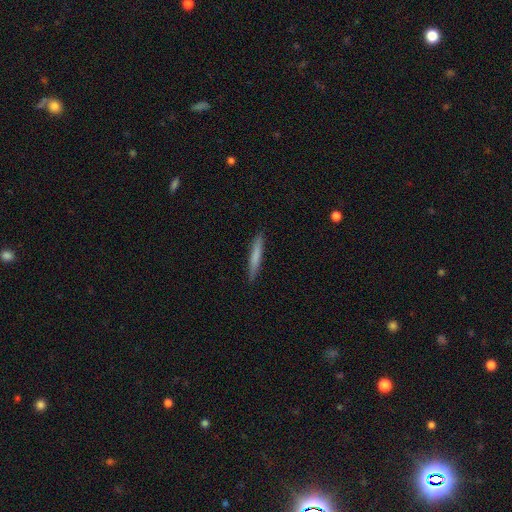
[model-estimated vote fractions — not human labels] Smooth or featured?
  - smooth: 71% *
  - featured or disk: 24%
  - star or artifact: 5%
How rounded?
  - cigar-shaped: 95% *
  - in between: 4%
  - round: 1%
Merging?
  - none: 89% *
  - minor disturbance: 8%
  - major disturbance: 2%
  - merger: 1%